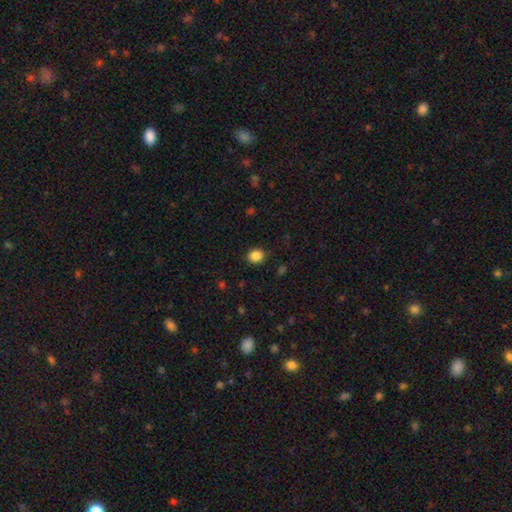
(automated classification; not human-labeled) smooth_or_featured: smooth (p=0.86) [alt: star or artifact p=0.10]
how_rounded: round (p=0.72) [alt: in between p=0.27]
merging: none (p=0.88) [alt: minor disturbance p=0.08]